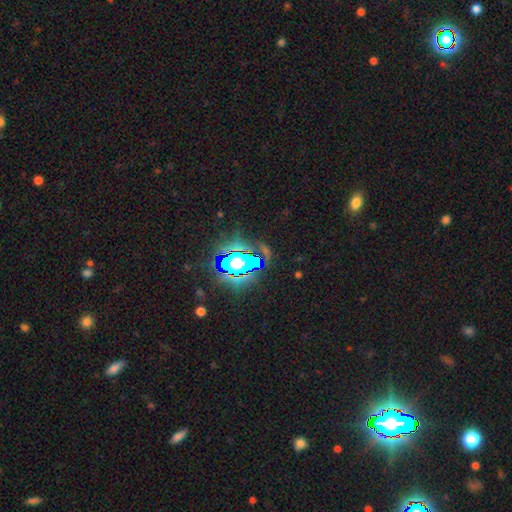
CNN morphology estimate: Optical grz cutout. It shows a star or artifact, not a galaxy (80%).